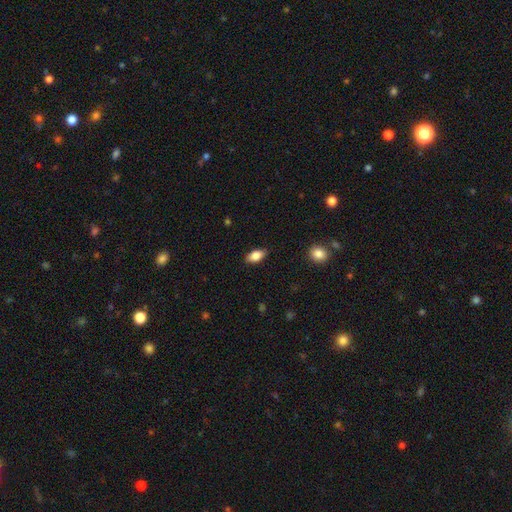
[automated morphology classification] This appears to be a smooth galaxy with no disk features (82%) that is in between round and cigar-shaped (88%). Merging: none (85%).